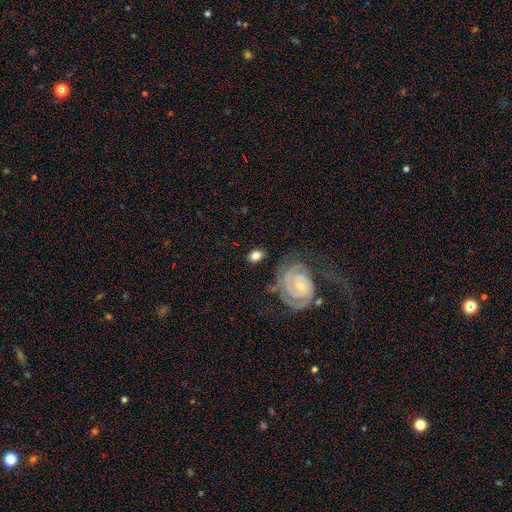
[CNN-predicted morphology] smooth_or_featured: smooth (p=0.59) [alt: featured or disk p=0.33]
how_rounded: in between (p=0.68) [alt: round p=0.30]
merging: none (p=0.75) [alt: minor disturbance p=0.15]